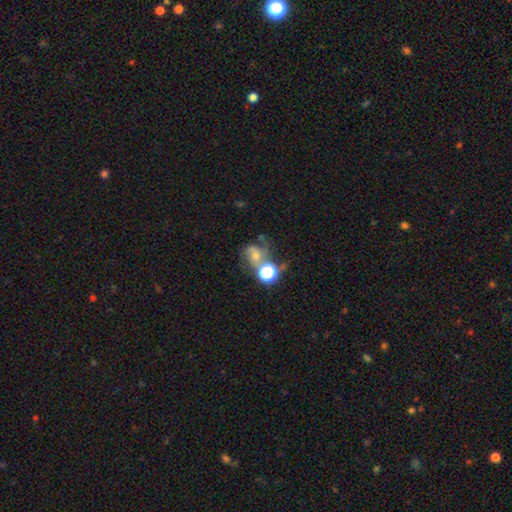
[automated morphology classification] Smooth or featured? Predicted: featured or disk (p=0.47). Merging? Predicted: none (p=0.40).